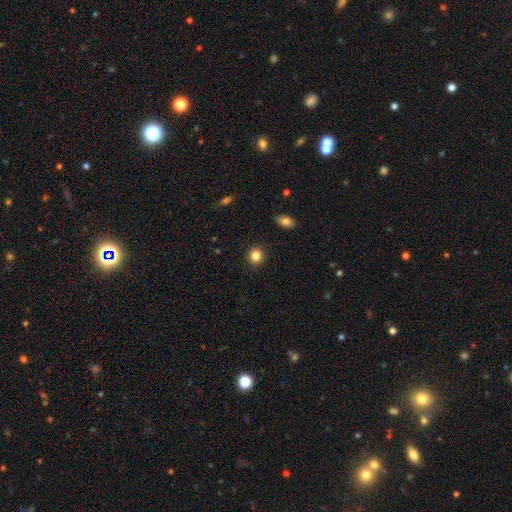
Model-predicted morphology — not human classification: type=smooth (84%); roundness=round (85%); merging=none (91%).